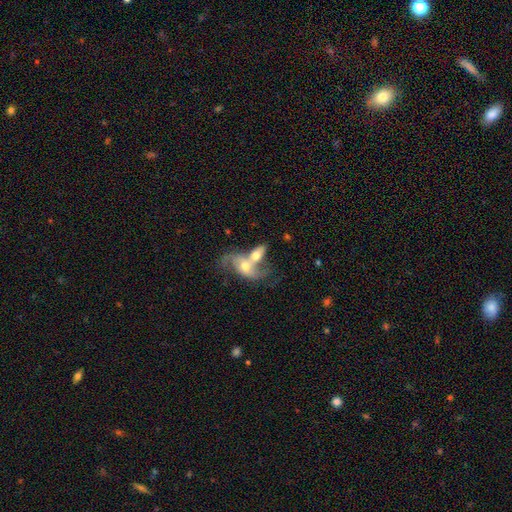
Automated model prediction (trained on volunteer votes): smooth-or-featured: featured or disk: 61% | smooth: 31% | star or artifact: 8%
  disk-edge-on: no: 91% | yes: 9%
    bar: no: 66% | weak: 26% | strong: 8%
    has-spiral-arms: yes: 74% | no: 26%
    bulge-size: moderate: 64% | small: 22% | large: 9% | none: 3% | dominant: 2%
  merging: merger: 71% | none: 15% | major disturbance: 7% | minor disturbance: 7%